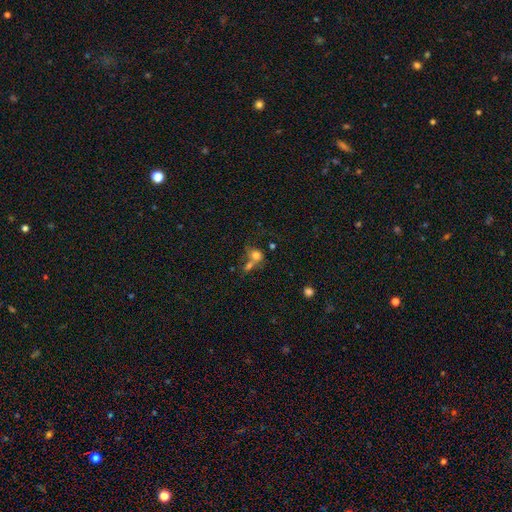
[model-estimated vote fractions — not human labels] The model was most divided on "how rounded": round: 60%, in between: 38%, cigar-shaped: 2%. More confident: smooth or featured — smooth (72%); merging — merger (51%).